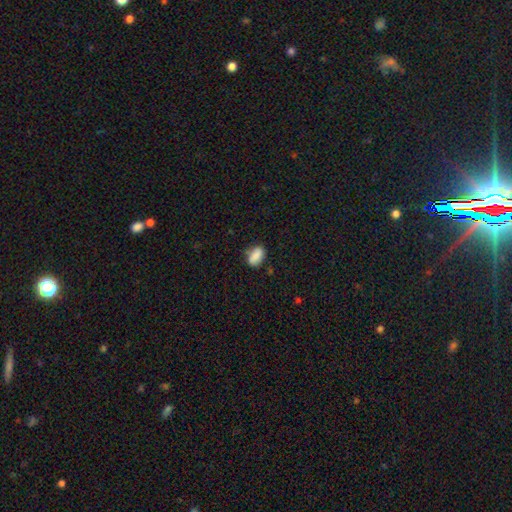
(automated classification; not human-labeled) This appears to be a smooth galaxy with no disk features (84%) that is in between round and cigar-shaped (87%). Merging: none (72%).